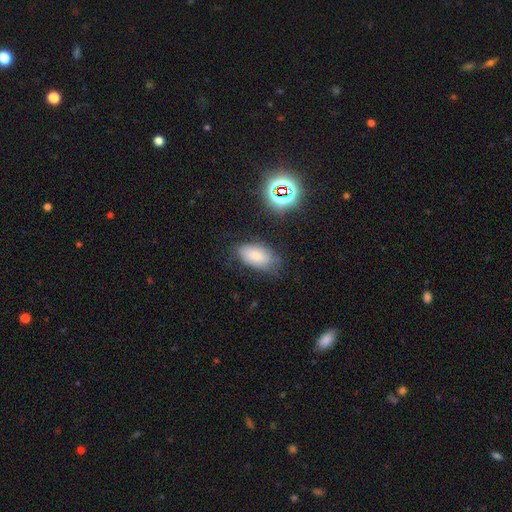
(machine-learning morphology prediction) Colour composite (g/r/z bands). It shows a smooth galaxy with no disk features (69%) that is in between round and cigar-shaped (92%). Merging: none (65%).